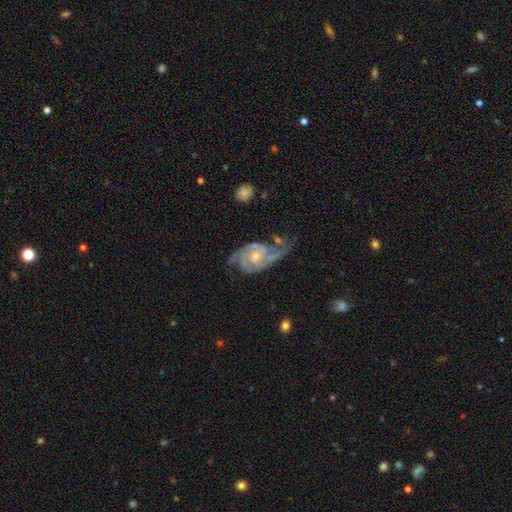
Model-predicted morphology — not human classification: type=featured or disk (88%); edge-on=no (97%); bar=no (61%); spiral arms=yes (97%); winding=medium (46%); arm count=2 (67%); bulge=moderate (47%); merging=none (50%).